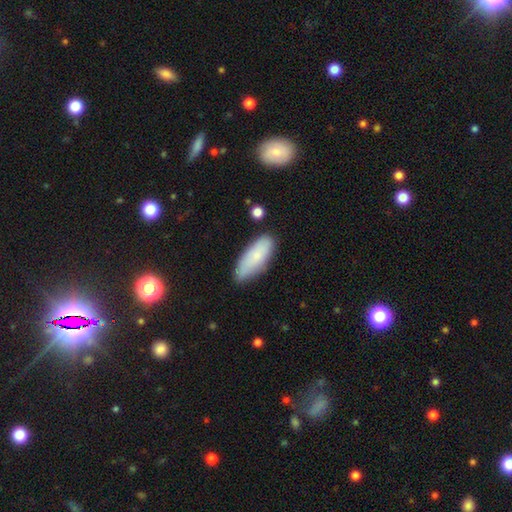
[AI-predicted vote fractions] Overall: smooth (76%). How rounded: in between (74%). Merging: none (75%).